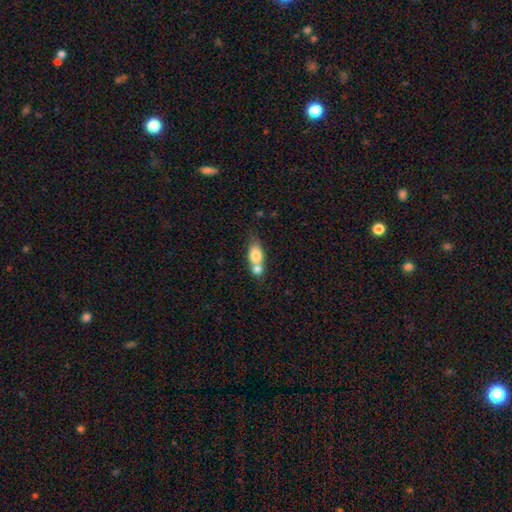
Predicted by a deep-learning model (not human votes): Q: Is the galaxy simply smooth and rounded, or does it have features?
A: smooth — 71%.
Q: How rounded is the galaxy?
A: in between — 64%.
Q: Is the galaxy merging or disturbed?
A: merger — 61%.